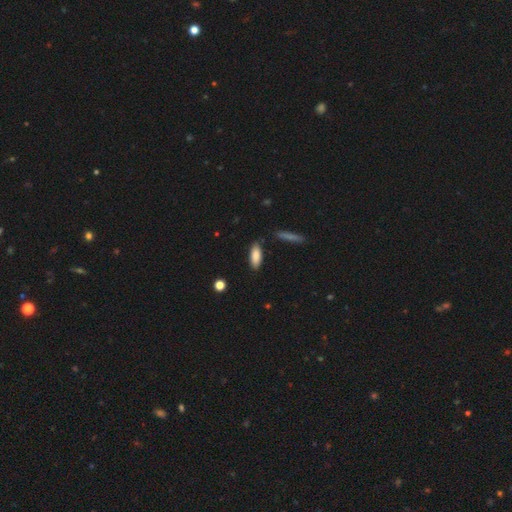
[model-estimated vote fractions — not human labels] Overall: smooth (86%). How rounded: in between (69%; cigar-shaped 29%). Merging: none (84%).